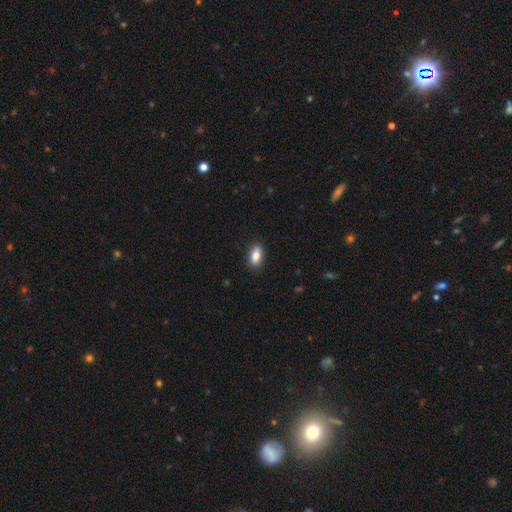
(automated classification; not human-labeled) smooth_or_featured: smooth (p=0.85) [alt: featured or disk p=0.08]
how_rounded: in between (p=0.88) [alt: cigar-shaped p=0.07]
merging: none (p=0.88) [alt: minor disturbance p=0.09]